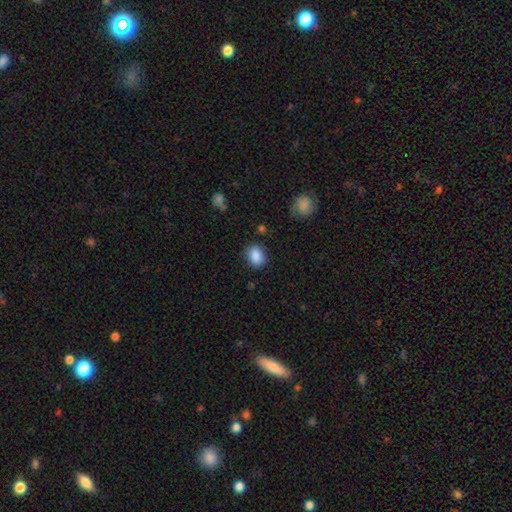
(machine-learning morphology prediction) smooth-or-featured: smooth: 88% | star or artifact: 8% | featured or disk: 4%
  how-rounded: in between: 62% | round: 37% | cigar-shaped: 1%
  merging: none: 81% | minor disturbance: 13% | major disturbance: 3% | merger: 2%